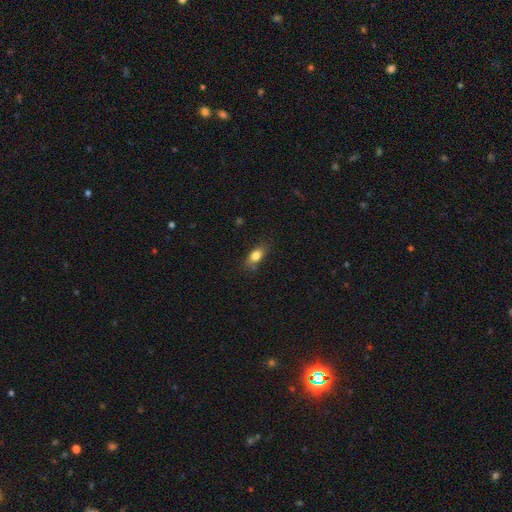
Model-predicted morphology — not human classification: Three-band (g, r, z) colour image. It shows a smooth galaxy with no disk features (82%) that is in between round and cigar-shaped (81%). Merging: none (74%).